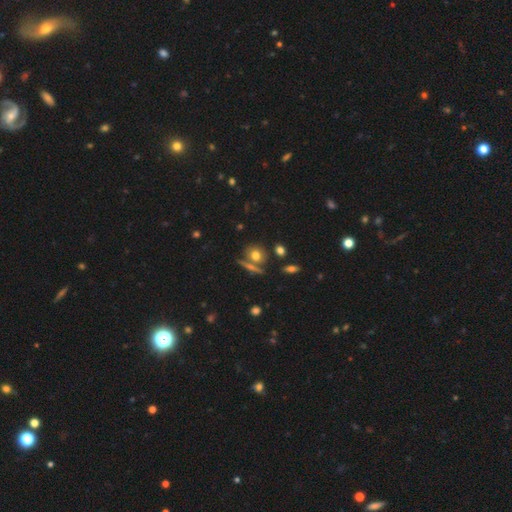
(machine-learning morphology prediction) The model was most divided on "how rounded": round: 70%, in between: 25%, cigar-shaped: 5%. More confident: smooth or featured — smooth (69%); merging — none (67%).